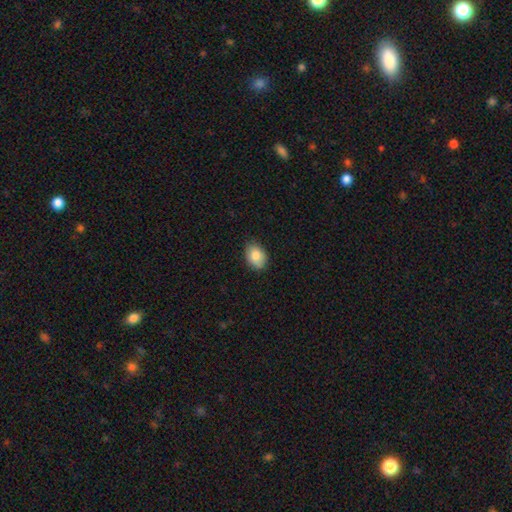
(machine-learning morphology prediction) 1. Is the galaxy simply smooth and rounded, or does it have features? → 84% smooth, 9% featured or disk, 8% star or artifact.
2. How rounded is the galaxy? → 76% in between, 23% round, 1% cigar-shaped.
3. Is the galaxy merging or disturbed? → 84% none, 13% minor disturbance, 2% major disturbance, 1% merger.